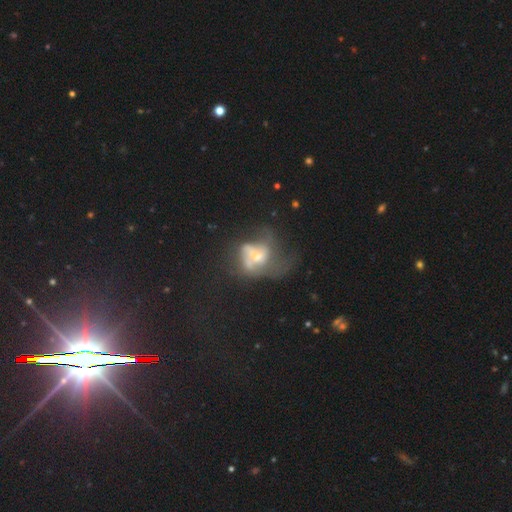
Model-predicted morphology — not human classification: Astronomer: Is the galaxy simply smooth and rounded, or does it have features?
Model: featured or disk — 58%.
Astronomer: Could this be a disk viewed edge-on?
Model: no — 96%.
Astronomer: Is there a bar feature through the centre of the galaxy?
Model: no — 65%.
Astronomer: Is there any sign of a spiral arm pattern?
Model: no — 56% (runner-up: yes, 44%).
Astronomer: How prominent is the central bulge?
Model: moderate — 53% (runner-up: small, 34%).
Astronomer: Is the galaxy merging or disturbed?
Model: major disturbance — 46% (runner-up: none, 21%).